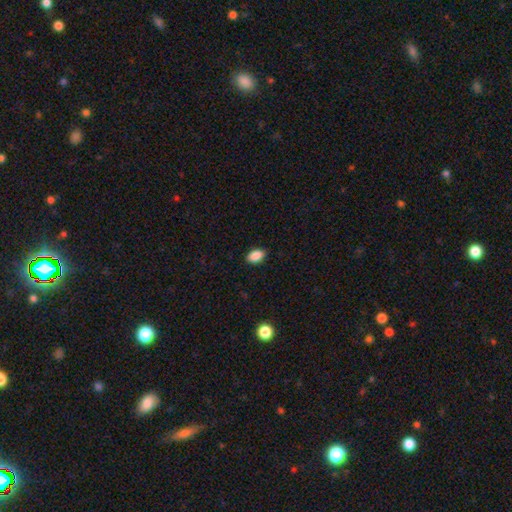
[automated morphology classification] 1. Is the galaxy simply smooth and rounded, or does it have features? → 88% smooth, 8% star or artifact, 4% featured or disk.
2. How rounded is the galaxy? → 89% in between, 10% round, 2% cigar-shaped.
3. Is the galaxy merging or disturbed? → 88% none, 9% minor disturbance, 2% major disturbance, 1% merger.